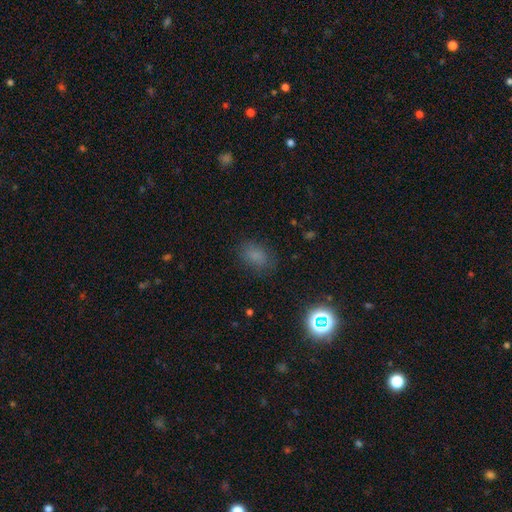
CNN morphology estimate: Q: Smooth or featured?
A: smooth (75%); runner-up: star or artifact (18%)
Q: How rounded?
A: in between (73%); runner-up: round (26%)
Q: Merging?
A: none (78%); runner-up: minor disturbance (16%)